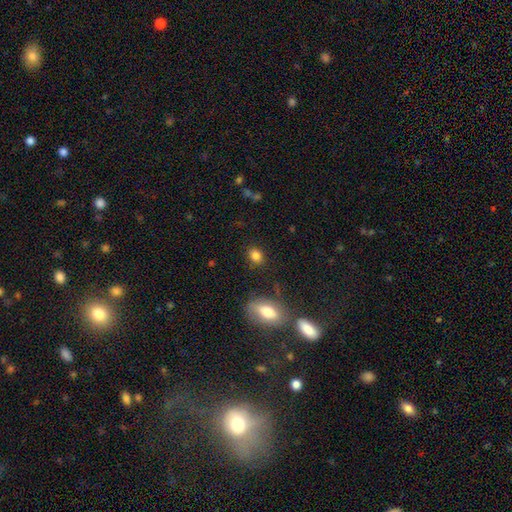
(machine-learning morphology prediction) Smooth or featured?
  - smooth: 84% *
  - star or artifact: 10%
  - featured or disk: 6%
How rounded?
  - in between: 60% *
  - round: 38%
  - cigar-shaped: 2%
Merging?
  - none: 85% *
  - minor disturbance: 10%
  - major disturbance: 3%
  - merger: 2%